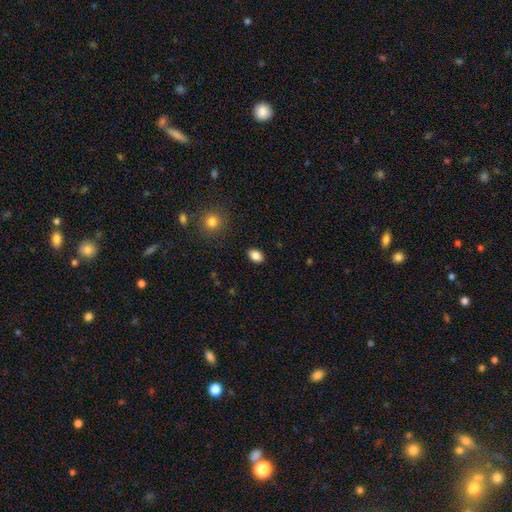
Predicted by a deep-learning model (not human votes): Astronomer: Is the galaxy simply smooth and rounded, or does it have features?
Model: smooth — 86%.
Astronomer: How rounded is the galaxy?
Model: in between — 80%.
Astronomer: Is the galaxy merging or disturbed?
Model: none — 89%.